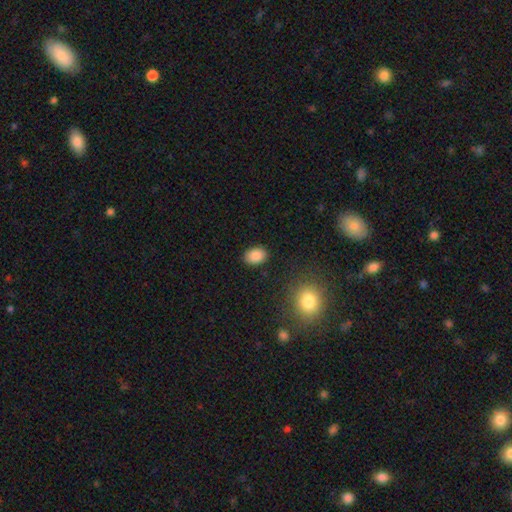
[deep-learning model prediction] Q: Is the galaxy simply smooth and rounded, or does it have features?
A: smooth — 88%.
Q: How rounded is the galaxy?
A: in between — 72%.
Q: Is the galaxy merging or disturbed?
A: none — 88%.